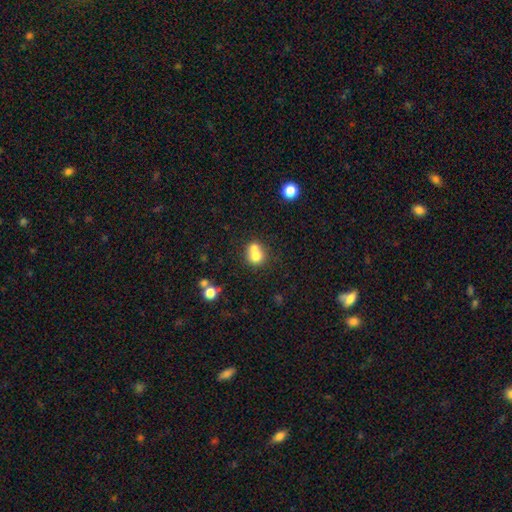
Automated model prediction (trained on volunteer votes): Q: Smooth or featured?
A: smooth (72%); runner-up: featured or disk (17%)
Q: How rounded?
A: round (80%); runner-up: in between (19%)
Q: Merging?
A: merger (58%); runner-up: none (33%)